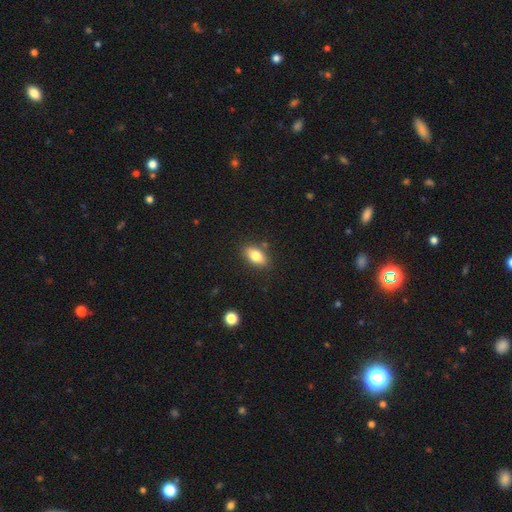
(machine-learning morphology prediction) smooth-or-featured: smooth: 80% | featured or disk: 12% | star or artifact: 8%
  how-rounded: in between: 88% | round: 7% | cigar-shaped: 5%
  merging: none: 84% | minor disturbance: 11% | merger: 3% | major disturbance: 2%